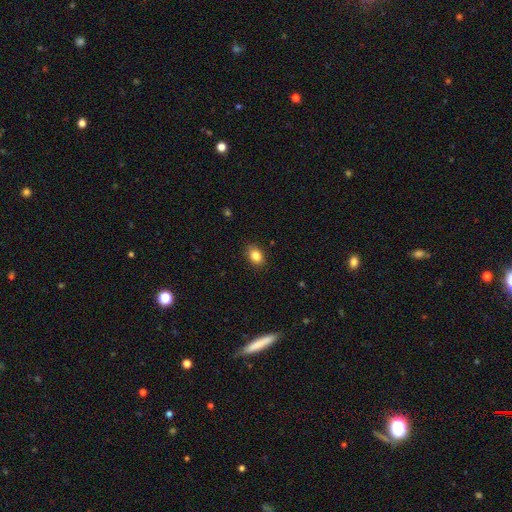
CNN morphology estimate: smooth-or-featured: smooth: 85% | star or artifact: 9% | featured or disk: 6%
  how-rounded: in between: 73% | round: 26% | cigar-shaped: 1%
  merging: none: 87% | minor disturbance: 10% | major disturbance: 2% | merger: 1%